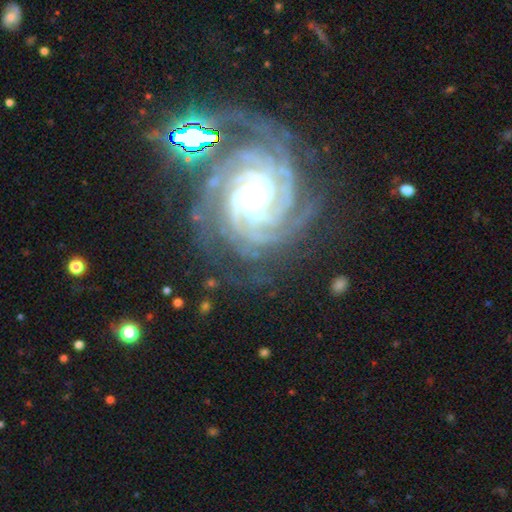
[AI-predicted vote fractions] The model was most divided on "bar": weak: 35%, no: 34%, strong: 31%. Remaining: spiral arms — yes (99%); edge-on disk — no (98%); smooth or featured — featured or disk (88%); spiral winding — tight (82%); merging — none (72%); bulge size — small (45%); spiral arm count — 4 (28%).